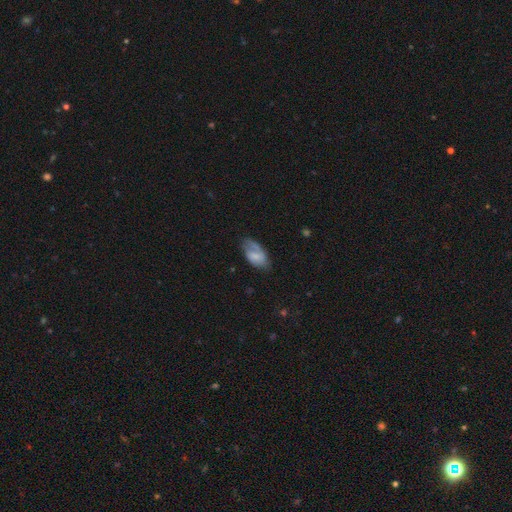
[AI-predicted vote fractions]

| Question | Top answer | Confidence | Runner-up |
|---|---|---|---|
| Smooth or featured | smooth | 60% | featured or disk (33%) |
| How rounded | in between | 93% | round (4%) |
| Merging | none | 53% | minor disturbance (30%) |